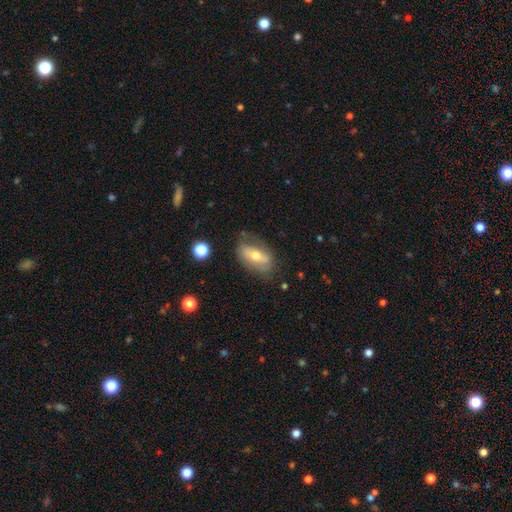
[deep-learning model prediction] featured or disk 51%, smooth 41%, star or artifact 8%. Down the decision tree: edge-on disk — no (81%); merging — none (66%).